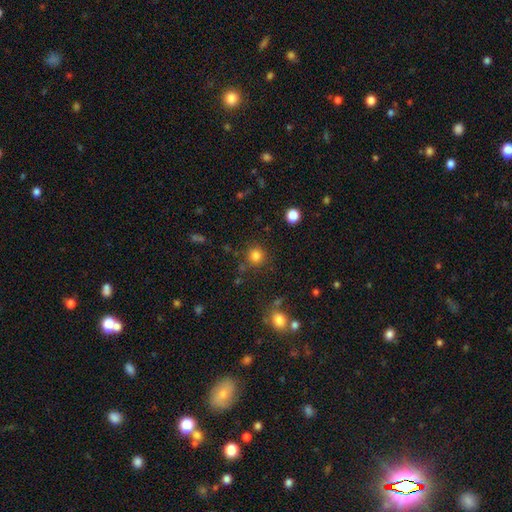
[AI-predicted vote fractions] This is clearly a smooth galaxy (82%). How rounded: clearly round (92%). Merging: clearly none (84%).